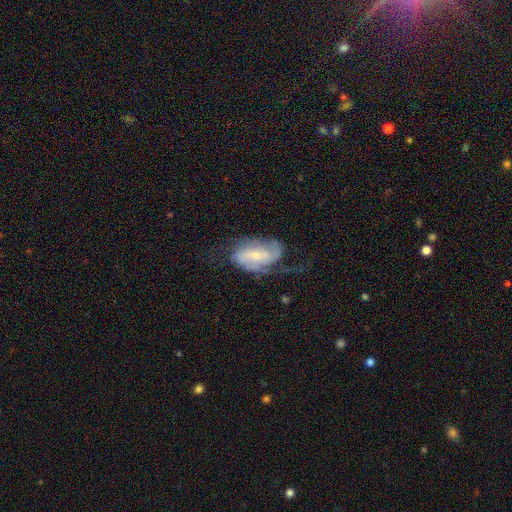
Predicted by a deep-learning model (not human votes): This is likely a featured or disk galaxy (74%). It is clearly not viewed edge-on (95%). Bar: marginally weak (41%). Spiral arm pattern: clearly yes (88%). Spiral arm count: likely 2 (69%). Spiral winding: marginally medium (42%). Central bulge: likely small (61%). Merging: possibly none (46%).